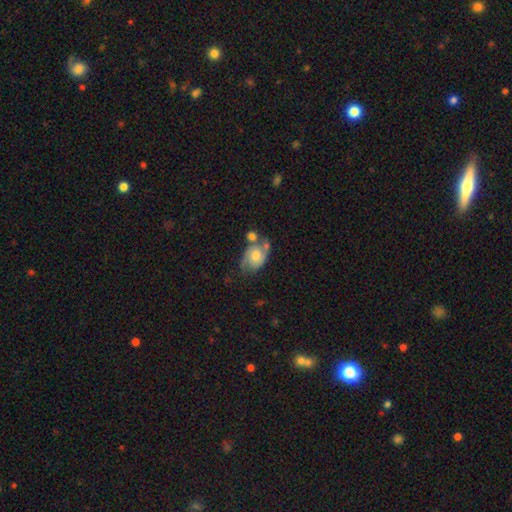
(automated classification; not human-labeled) featured or disk 57%, smooth 36%, star or artifact 7%. Down the decision tree: edge-on disk — no (96%); bar — no (73%); spiral arms — yes (80%); bulge size — moderate (62%); merging — none (40%).